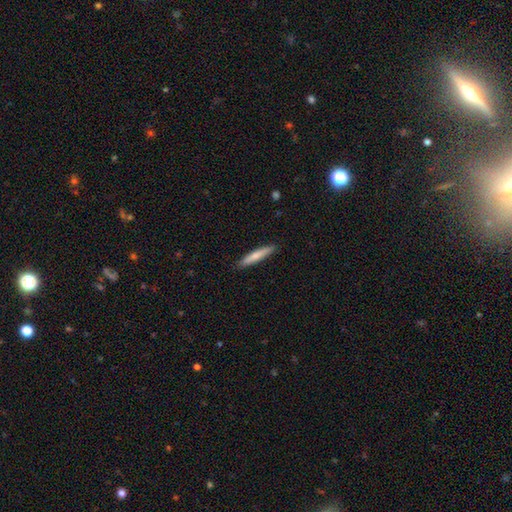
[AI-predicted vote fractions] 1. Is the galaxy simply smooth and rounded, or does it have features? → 70% smooth, 25% featured or disk, 5% star or artifact.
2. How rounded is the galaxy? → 92% cigar-shaped, 7% in between, 1% round.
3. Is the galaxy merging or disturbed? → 90% none, 8% minor disturbance, 1% major disturbance, 1% merger.